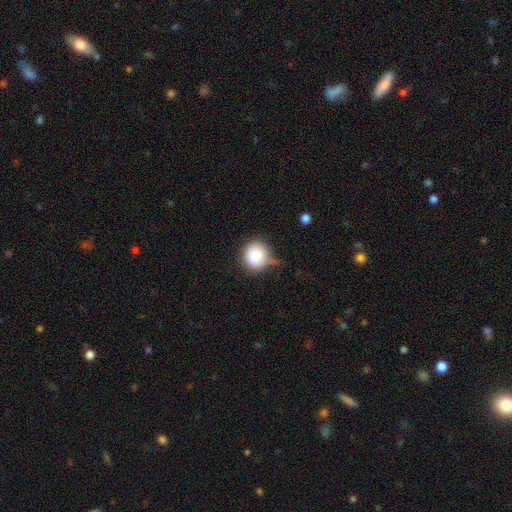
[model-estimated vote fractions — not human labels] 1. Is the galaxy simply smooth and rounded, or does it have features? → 82% smooth, 9% star or artifact, 9% featured or disk.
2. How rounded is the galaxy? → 90% round, 9% in between, 1% cigar-shaped.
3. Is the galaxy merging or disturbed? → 55% none, 32% minor disturbance, 9% major disturbance, 4% merger.